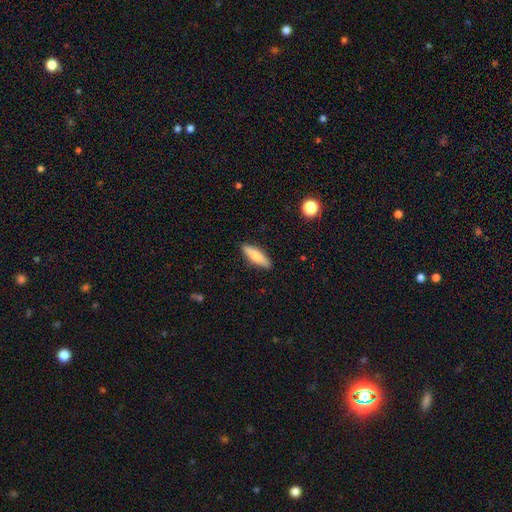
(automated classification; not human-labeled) Q: Smooth or featured?
A: smooth (71%); runner-up: featured or disk (23%)
Q: How rounded?
A: cigar-shaped (57%); runner-up: in between (41%)
Q: Merging?
A: none (89%); runner-up: minor disturbance (8%)